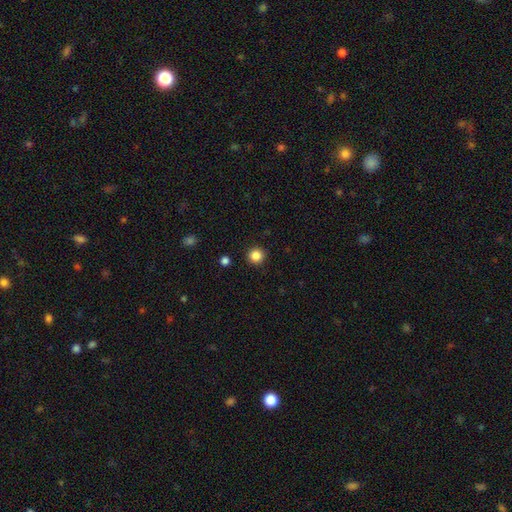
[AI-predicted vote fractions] Overall: smooth (85%). How rounded: round (94%). Merging: none (92%).